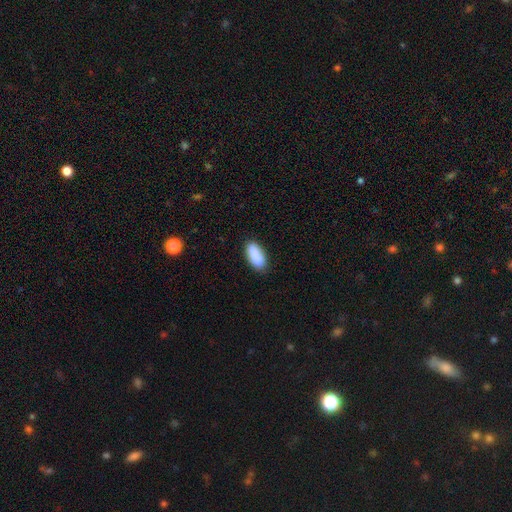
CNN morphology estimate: Smooth or featured? Predicted: smooth (p=0.85). How rounded? Predicted: in between (p=0.80). Merging? Predicted: none (p=0.76).